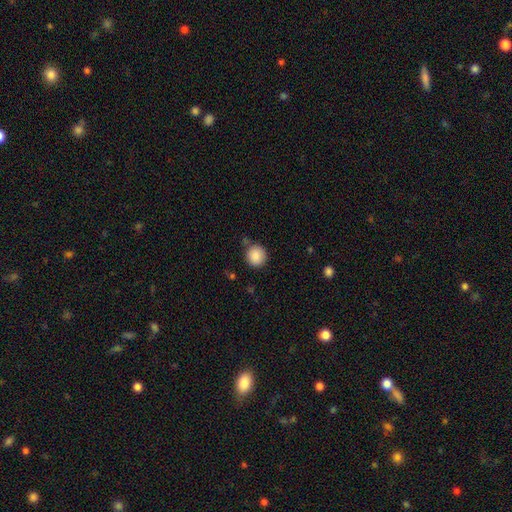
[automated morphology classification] Q: Smooth or featured?
A: smooth (87%); runner-up: star or artifact (9%)
Q: How rounded?
A: round (92%); runner-up: in between (7%)
Q: Merging?
A: none (79%); runner-up: minor disturbance (13%)